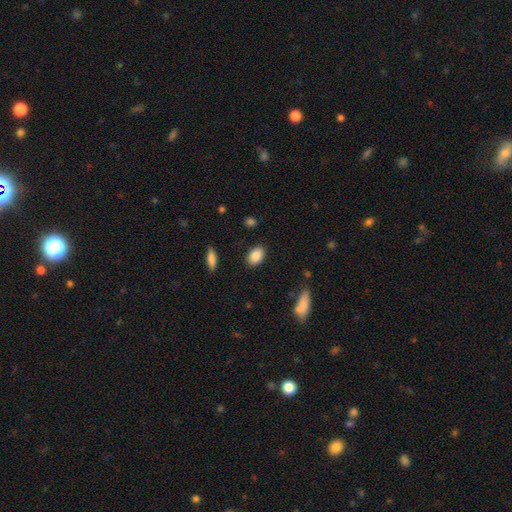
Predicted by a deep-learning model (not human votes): Overall: smooth (87%). How rounded: in between (86%). Merging: none (87%).